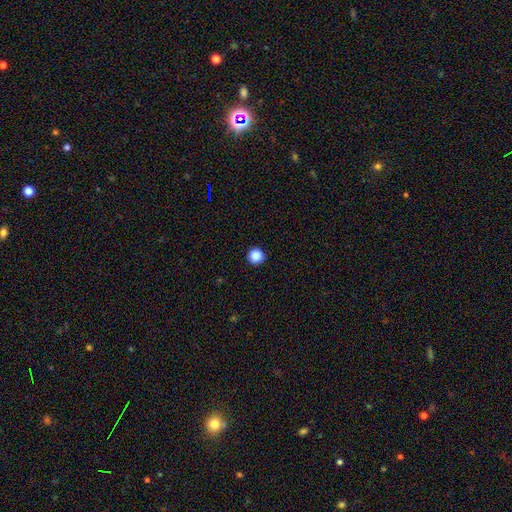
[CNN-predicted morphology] Q: Smooth or featured?
A: smooth (88%); runner-up: star or artifact (10%)
Q: How rounded?
A: round (96%); runner-up: in between (3%)
Q: Merging?
A: none (93%); runner-up: minor disturbance (5%)